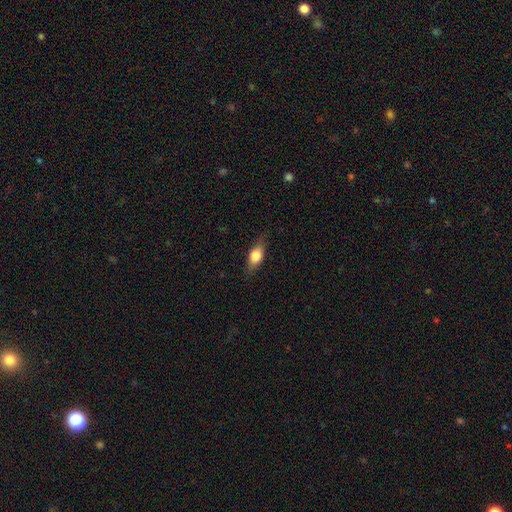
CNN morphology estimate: Smooth or featured?
  - smooth: 70% *
  - featured or disk: 22%
  - star or artifact: 7%
How rounded?
  - in between: 74% *
  - cigar-shaped: 17%
  - round: 9%
Merging?
  - none: 79% *
  - minor disturbance: 16%
  - major disturbance: 4%
  - merger: 1%